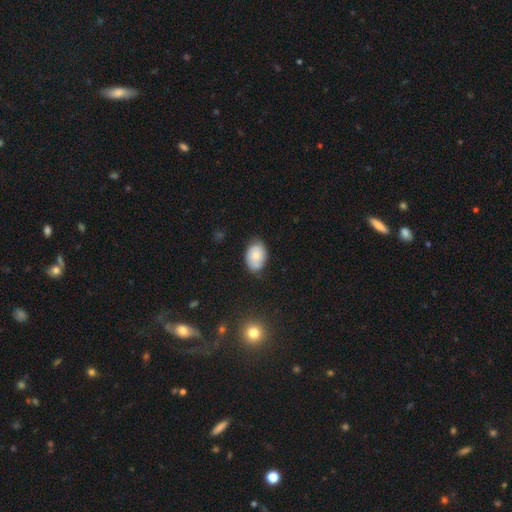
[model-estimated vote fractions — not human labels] Morphology: type=smooth (69%); roundness=in between (82%); merging=none (70%).